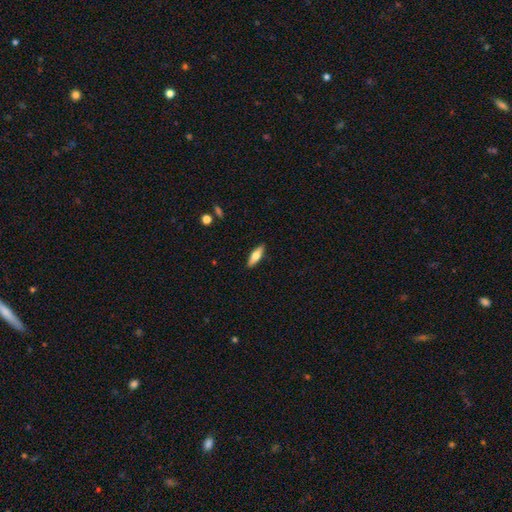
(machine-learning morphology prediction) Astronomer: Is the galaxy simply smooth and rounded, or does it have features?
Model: smooth — 60%.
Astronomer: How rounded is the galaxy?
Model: in between — 49% (runner-up: cigar-shaped, 48%).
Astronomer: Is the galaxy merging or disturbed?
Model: none — 90%.